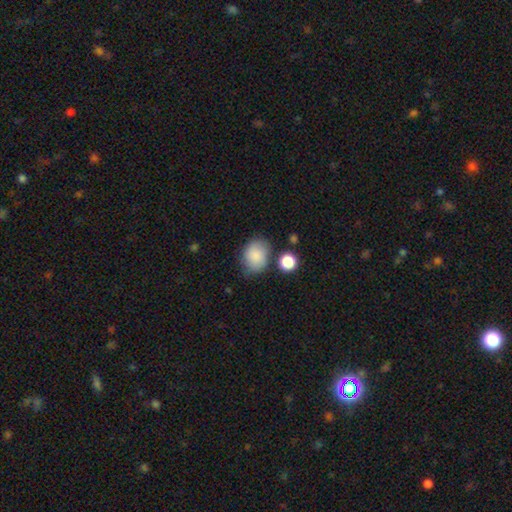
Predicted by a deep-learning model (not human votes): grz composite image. It shows a smooth galaxy with no disk features (84%) that is in between round and cigar-shaped (54%). Merging: none (67%).